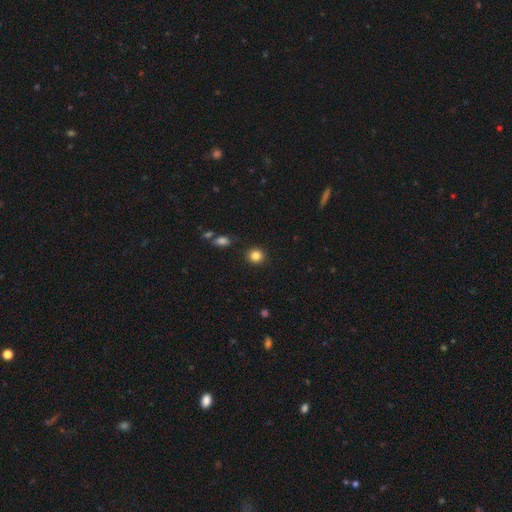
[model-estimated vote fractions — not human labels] Smooth or featured? Predicted: smooth (p=0.84). How rounded? Predicted: round (p=0.89). Merging? Predicted: none (p=0.90).